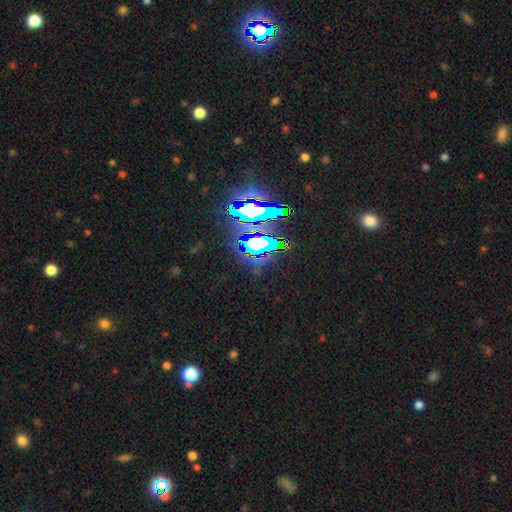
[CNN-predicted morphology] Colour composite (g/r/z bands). It shows a star or artifact, not a galaxy (83%).